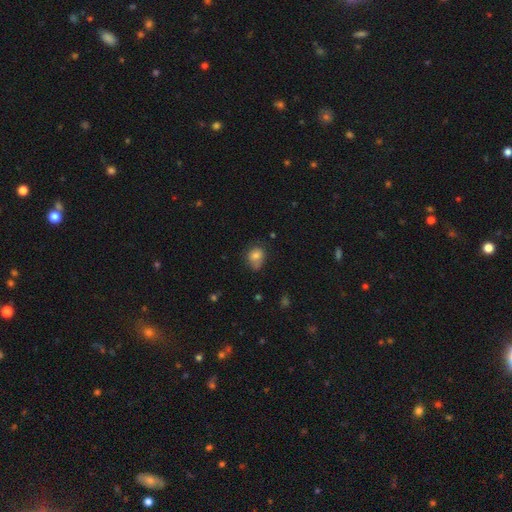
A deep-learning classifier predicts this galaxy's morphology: Smooth or featured: smooth — 77% (featured or disk — 12%)
How rounded: round — 54% (in between — 45%)
Merging: none — 50% (minor disturbance — 31%)